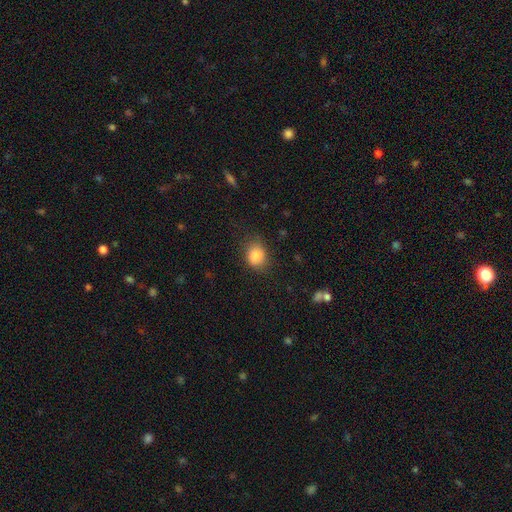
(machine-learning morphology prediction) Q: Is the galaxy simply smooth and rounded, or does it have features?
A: smooth — 84%.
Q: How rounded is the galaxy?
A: round — 51%.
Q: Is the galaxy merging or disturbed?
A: none — 76%.